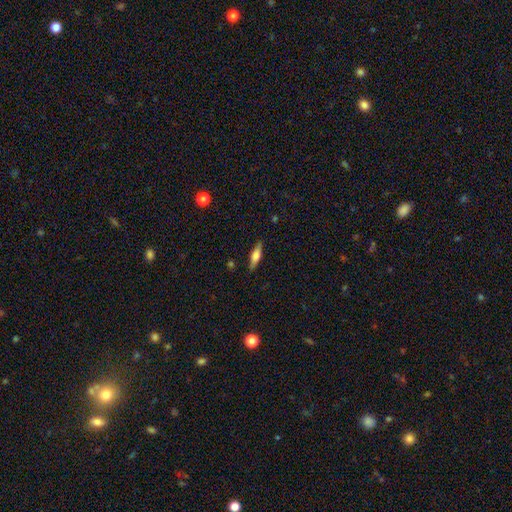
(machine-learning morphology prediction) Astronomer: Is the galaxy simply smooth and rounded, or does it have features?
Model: featured or disk — 47% (runner-up: smooth, 46%).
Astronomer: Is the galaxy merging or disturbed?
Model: none — 87%.